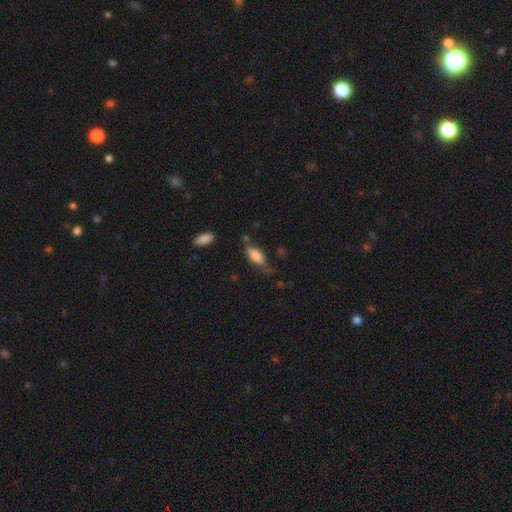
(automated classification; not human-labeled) A smooth galaxy with no disk features (71%) that is in between round and cigar-shaped (71%).

Vote fractions:
- Smooth or featured? smooth: 71% / featured or disk: 22% / star or artifact: 8%
- How rounded? in between: 71% / cigar-shaped: 27% / round: 3%
- Merging? none: 48% / minor disturbance: 31% / major disturbance: 16% / merger: 5%